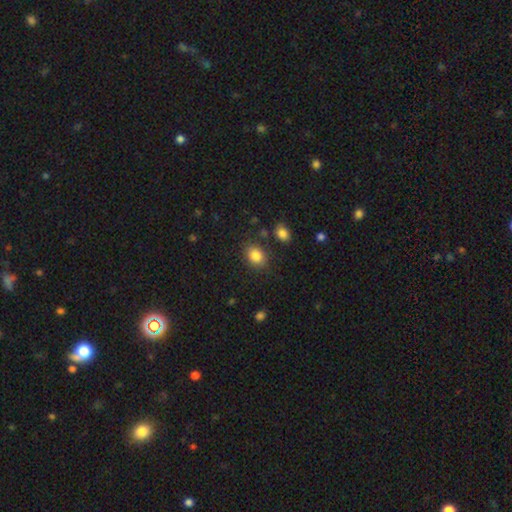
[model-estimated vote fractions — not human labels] smooth 84%, star or artifact 10%, featured or disk 6%. Down the decision tree: how rounded — in between (58%); merging — none (82%).